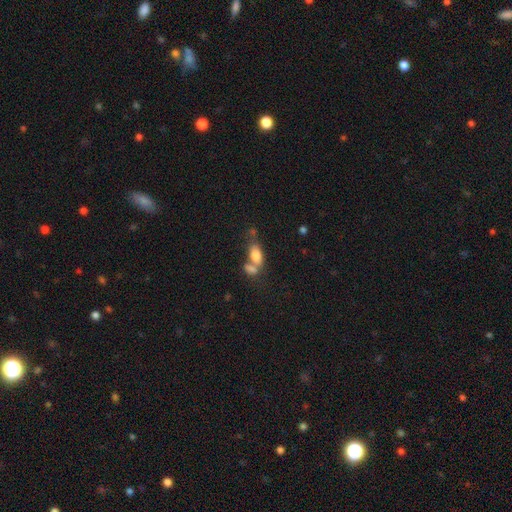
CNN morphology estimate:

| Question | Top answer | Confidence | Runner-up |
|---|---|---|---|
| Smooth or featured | smooth | 77% | featured or disk (14%) |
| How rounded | in between | 86% | cigar-shaped (8%) |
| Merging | merger | 50% | none (32%) |